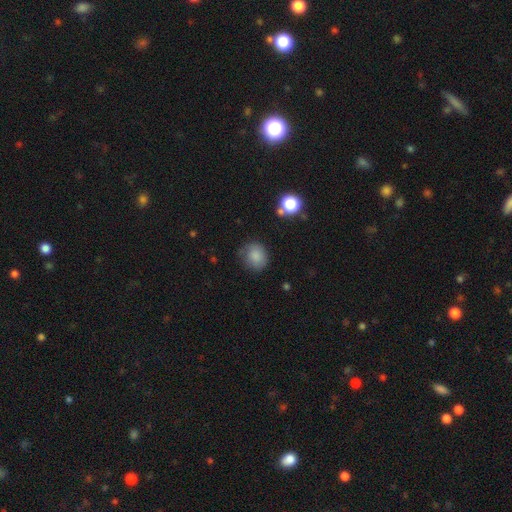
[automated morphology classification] Overall: smooth (83%). How rounded: round (78%). Merging: none (71%).